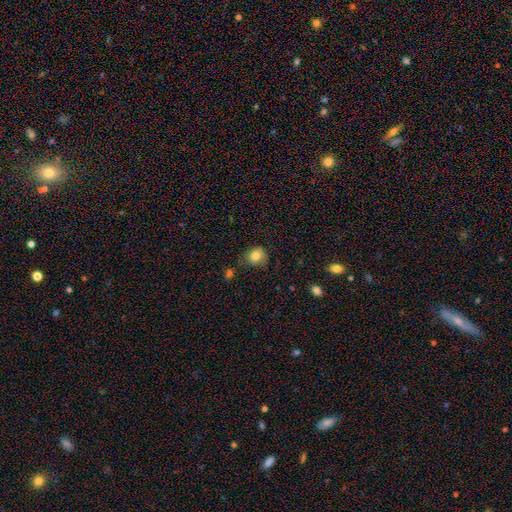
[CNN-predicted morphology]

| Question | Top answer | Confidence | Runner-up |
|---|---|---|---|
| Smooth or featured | smooth | 80% | star or artifact (10%) |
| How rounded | round | 69% | in between (30%) |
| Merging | none | 62% | minor disturbance (27%) |